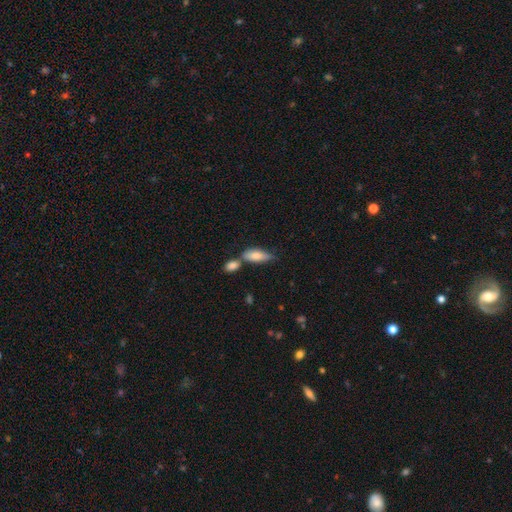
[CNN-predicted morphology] Overall: smooth (76%). How rounded: in between (73%). Merging: none (43%; merger 36%).